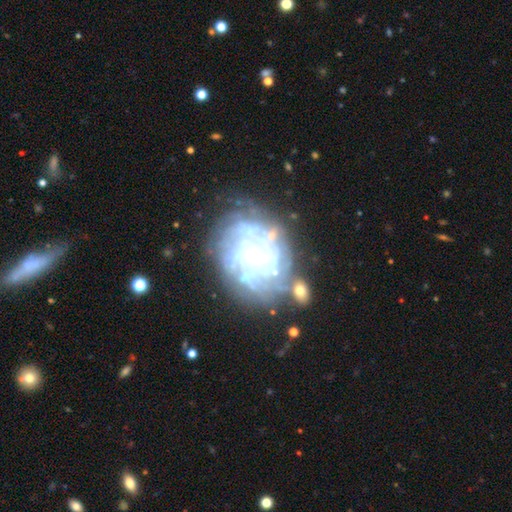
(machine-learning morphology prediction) Smooth or featured? featured or disk (78%)
Edge-on disk? no (97%)
Bar? no (58%)
Spiral arms? yes (70%)
Spiral winding? tight (64%)
Spiral arm count? can't tell (56%)
Bulge size? small (66%)
Merging? none (57%)